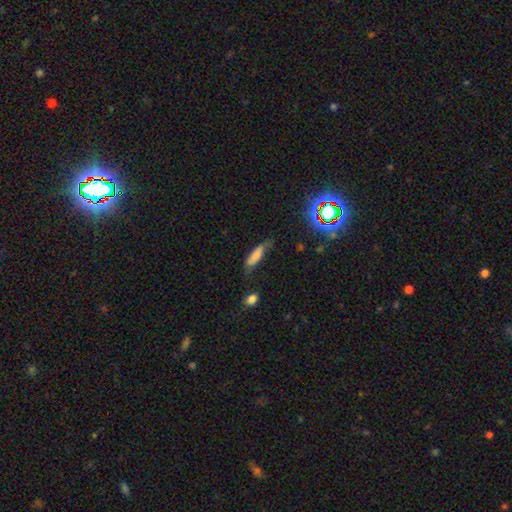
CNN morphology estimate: smooth-or-featured: smooth: 70% | featured or disk: 20% | star or artifact: 10%
  how-rounded: cigar-shaped: 58% | in between: 39% | round: 2%
  merging: none: 49% | minor disturbance: 34% | major disturbance: 13% | merger: 4%